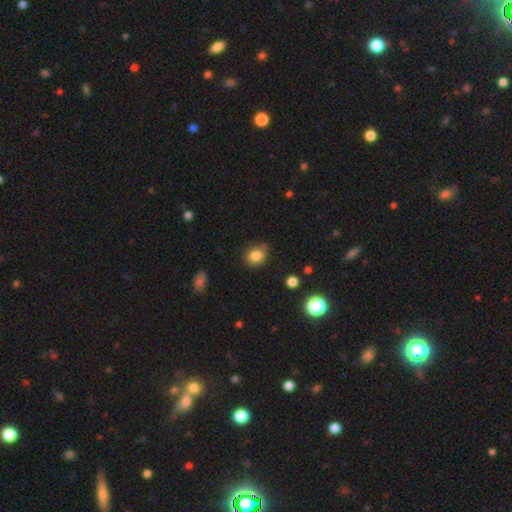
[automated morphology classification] This appears to be a smooth galaxy with no disk features (84%) that is round (67%). Merging: none (74%).